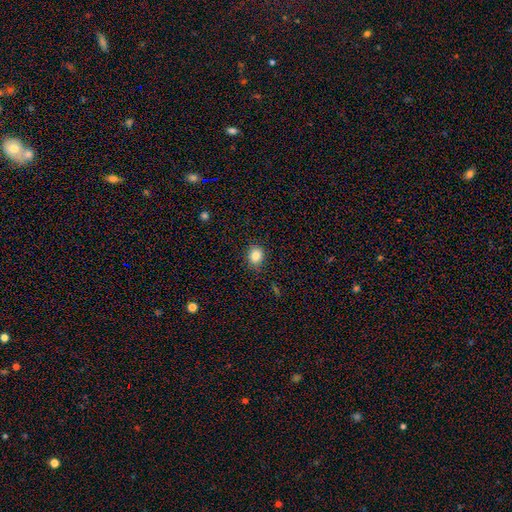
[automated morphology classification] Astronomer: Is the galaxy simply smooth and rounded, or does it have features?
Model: smooth — 84%.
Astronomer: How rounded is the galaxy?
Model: round — 65%.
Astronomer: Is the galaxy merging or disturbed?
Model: none — 86%.